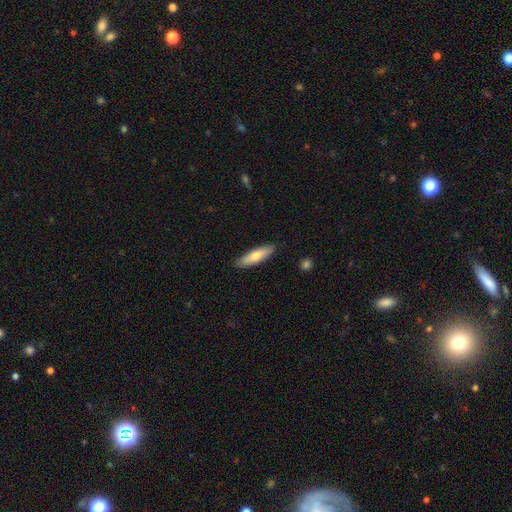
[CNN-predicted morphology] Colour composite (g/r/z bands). It shows a smooth galaxy with no disk features (66%) that is cigar-shaped (61%). Merging: none (88%).